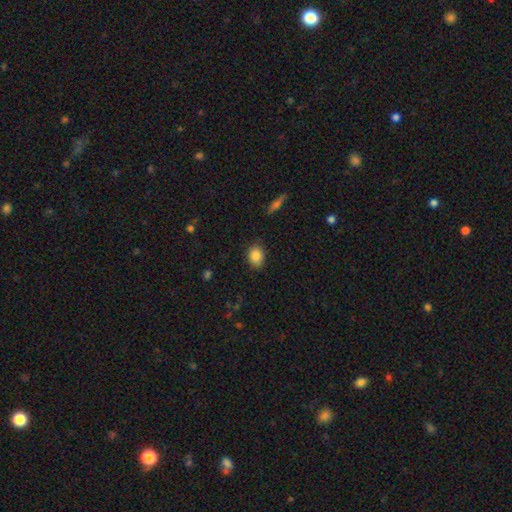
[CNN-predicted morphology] The model was most divided on "how rounded": in between: 64%, round: 35%, cigar-shaped: 1%. More confident: smooth or featured — smooth (86%); merging — none (84%).